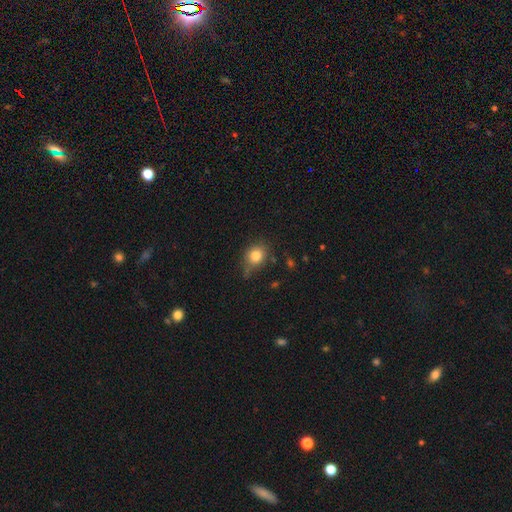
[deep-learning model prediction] Smooth or featured? Predicted: smooth (p=0.81). How rounded? Predicted: round (p=0.61). Merging? Predicted: none (p=0.69).